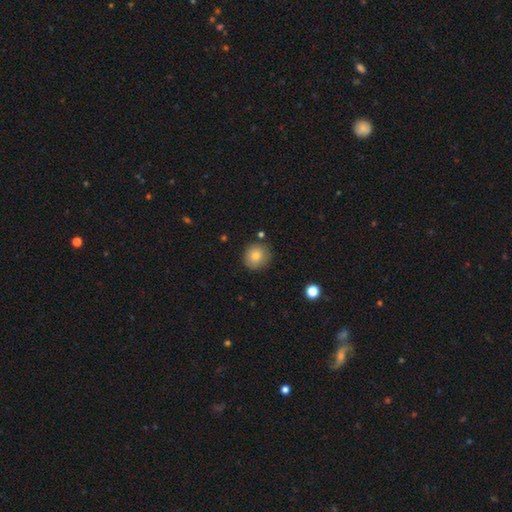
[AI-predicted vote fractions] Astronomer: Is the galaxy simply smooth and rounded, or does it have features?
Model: smooth — 81%.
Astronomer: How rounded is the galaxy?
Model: round — 88%.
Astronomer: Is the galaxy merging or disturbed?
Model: none — 84%.